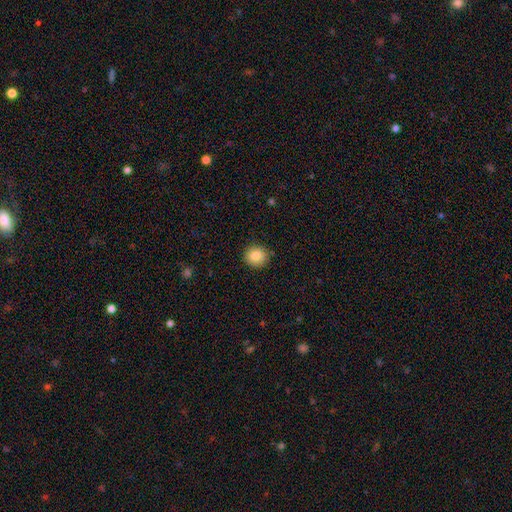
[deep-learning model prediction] Q: Smooth or featured?
A: smooth (85%); runner-up: star or artifact (9%)
Q: How rounded?
A: round (88%); runner-up: in between (11%)
Q: Merging?
A: none (90%); runner-up: minor disturbance (7%)